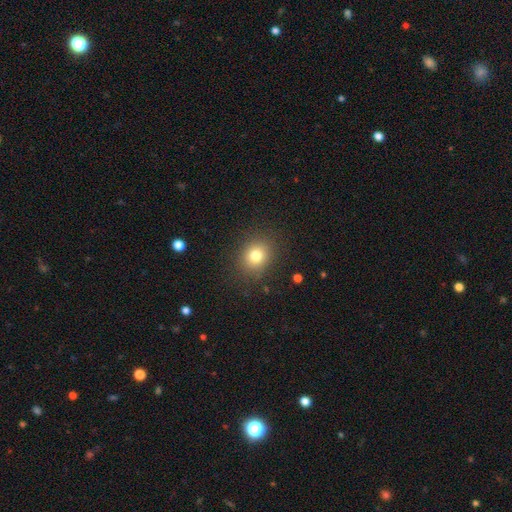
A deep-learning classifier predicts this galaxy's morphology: Smooth or featured? Predicted: smooth (p=0.78). How rounded? Predicted: round (p=0.69). Merging? Predicted: none (p=0.86).